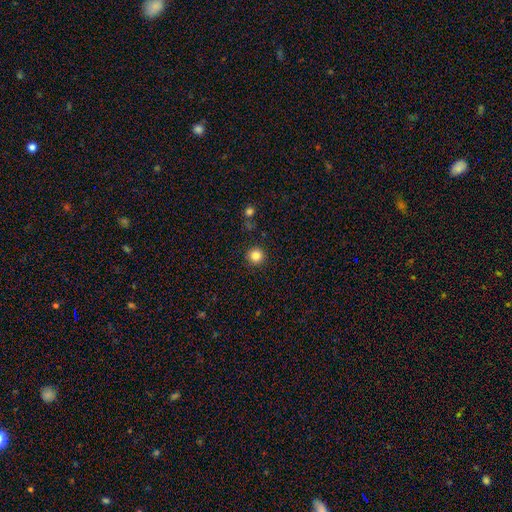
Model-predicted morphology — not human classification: Smooth or featured? Predicted: smooth (p=0.84). How rounded? Predicted: round (p=0.95). Merging? Predicted: none (p=0.91).